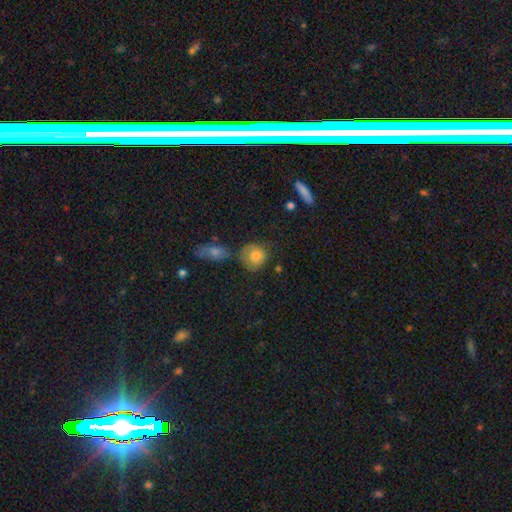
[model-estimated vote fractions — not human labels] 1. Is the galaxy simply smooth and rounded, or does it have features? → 78% smooth, 14% featured or disk, 9% star or artifact.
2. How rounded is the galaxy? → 80% round, 19% in between, 2% cigar-shaped.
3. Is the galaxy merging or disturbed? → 58% none, 22% minor disturbance, 12% merger, 8% major disturbance.